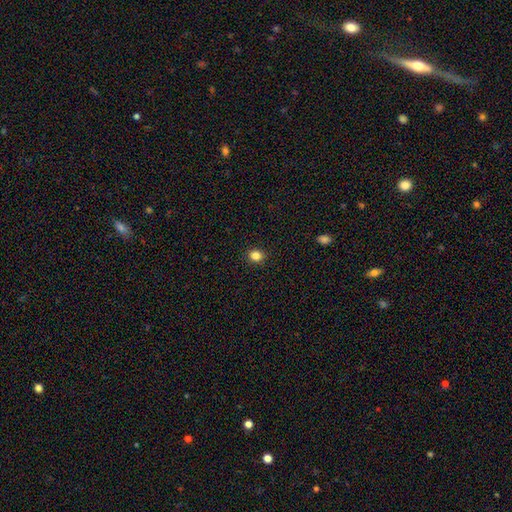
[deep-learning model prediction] smooth-or-featured: smooth: 84% | star or artifact: 12% | featured or disk: 4%
  how-rounded: round: 76% | in between: 23% | cigar-shaped: 1%
  merging: none: 91% | minor disturbance: 6% | major disturbance: 2% | merger: 1%